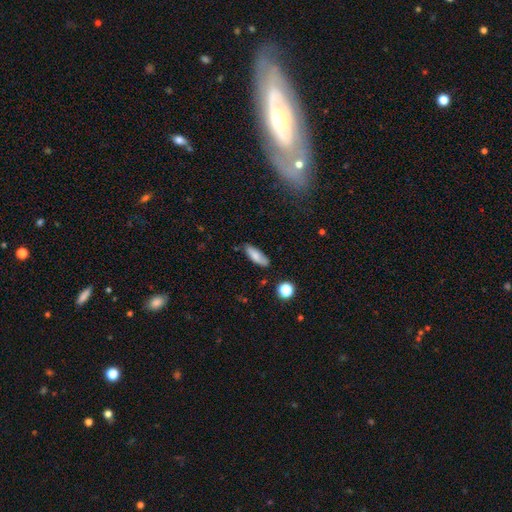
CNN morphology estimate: A smooth galaxy with no disk features (76%) that is in between round and cigar-shaped (59%).

Vote fractions:
- Smooth or featured? smooth: 76% / featured or disk: 15% / star or artifact: 8%
- How rounded? in between: 59% / cigar-shaped: 38% / round: 3%
- Merging? none: 76% / minor disturbance: 18% / major disturbance: 3% / merger: 2%